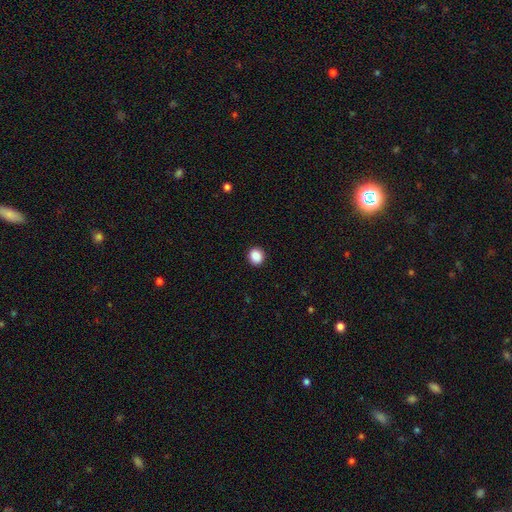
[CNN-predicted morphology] type=smooth (88%); roundness=round (84%); merging=none (92%).